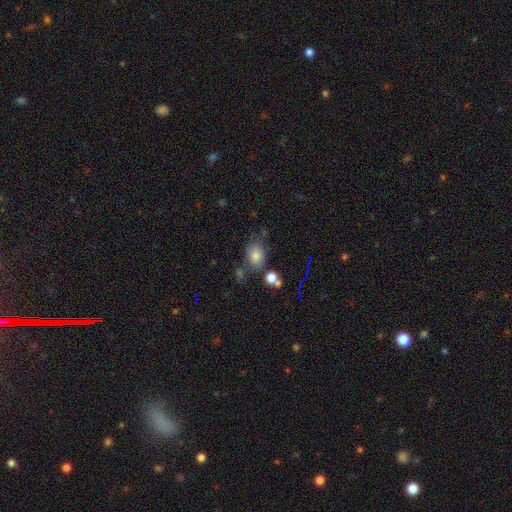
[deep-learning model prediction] This is likely a smooth galaxy (78%). How rounded: likely in between (72%). Merging: possibly none (59%).